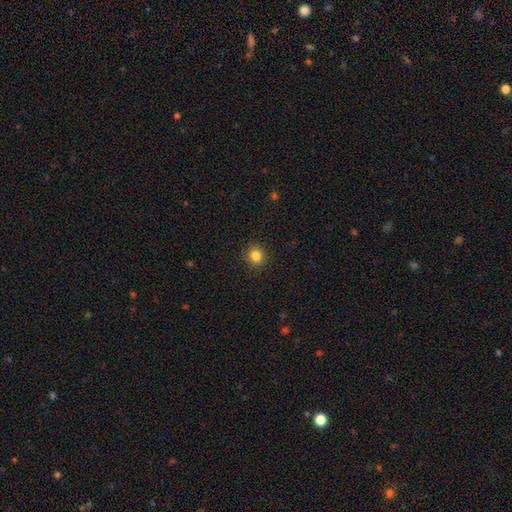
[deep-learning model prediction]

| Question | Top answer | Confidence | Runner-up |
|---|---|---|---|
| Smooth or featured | smooth | 83% | star or artifact (11%) |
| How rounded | round | 79% | in between (20%) |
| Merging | none | 91% | minor disturbance (6%) |